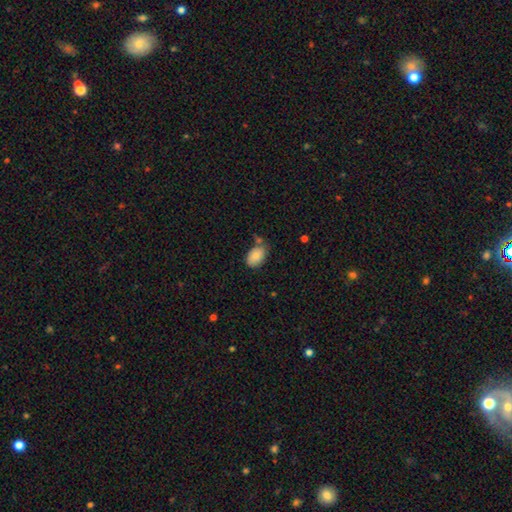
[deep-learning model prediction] Smooth or featured? Predicted: smooth (p=0.85). How rounded? Predicted: in between (p=0.88). Merging? Predicted: none (p=0.63).